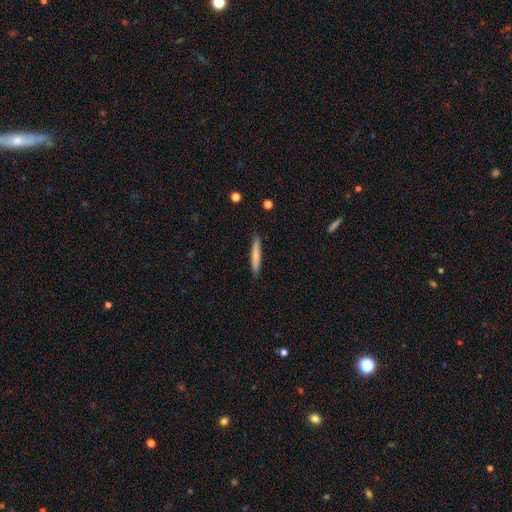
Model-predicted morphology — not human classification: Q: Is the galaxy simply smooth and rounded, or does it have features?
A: smooth — 74%.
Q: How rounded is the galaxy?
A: cigar-shaped — 93%.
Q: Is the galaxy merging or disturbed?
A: none — 88%.